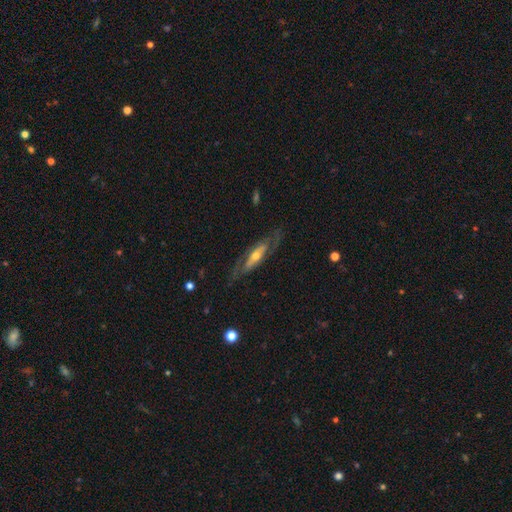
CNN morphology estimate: A featured or disk galaxy (74%). Merging: none (74%).